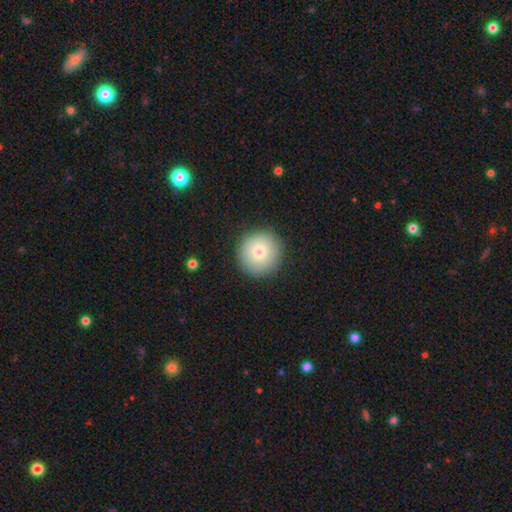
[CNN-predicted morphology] Overall: smooth (77%). How rounded: round (95%). Merging: none (90%).